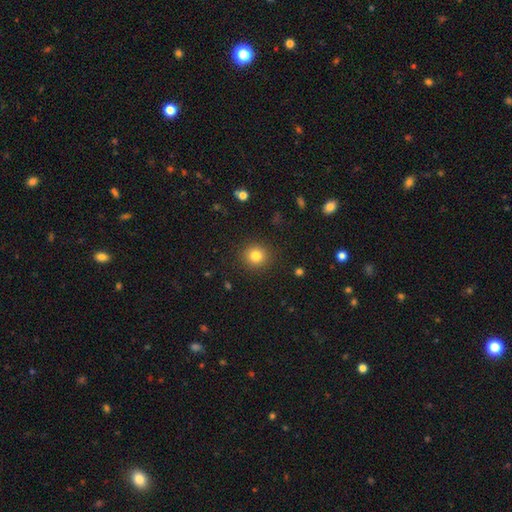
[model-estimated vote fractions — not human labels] smooth-or-featured: smooth: 81% | star or artifact: 12% | featured or disk: 6%
  how-rounded: round: 92% | in between: 7% | cigar-shaped: 1%
  merging: none: 90% | minor disturbance: 6% | major disturbance: 3% | merger: 1%